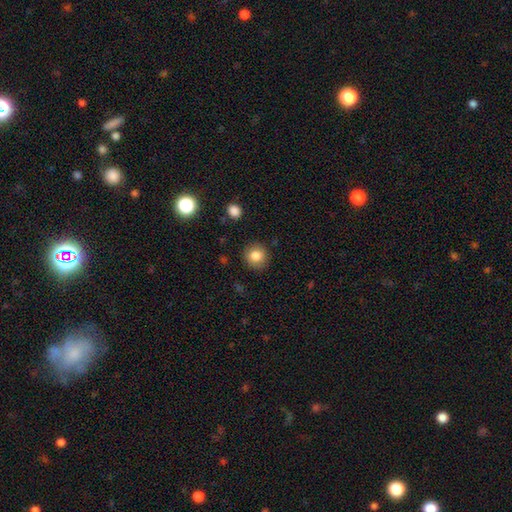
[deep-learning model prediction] Morphology: type=smooth (84%); roundness=round (91%); merging=none (89%).